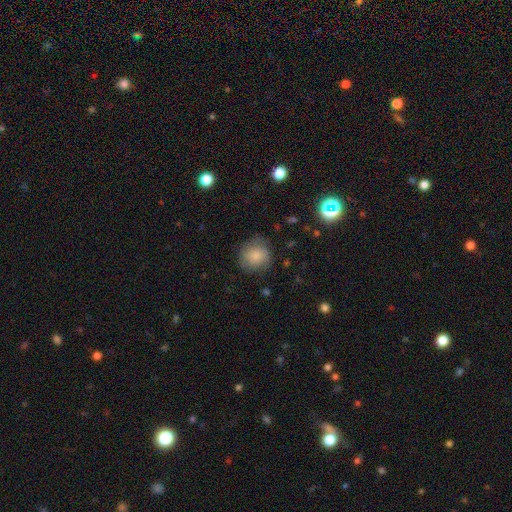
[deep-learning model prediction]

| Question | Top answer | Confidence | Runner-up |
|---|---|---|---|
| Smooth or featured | smooth | 82% | featured or disk (9%) |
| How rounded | round | 88% | in between (11%) |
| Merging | none | 75% | minor disturbance (18%) |